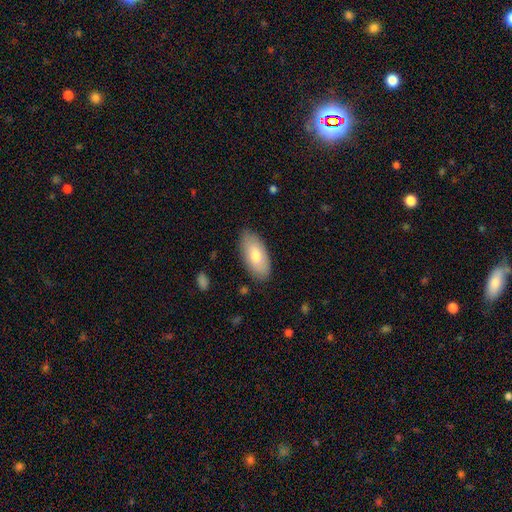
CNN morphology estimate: A smooth galaxy with no disk features (74%) that is in between round and cigar-shaped (90%). Merging: none (85%).